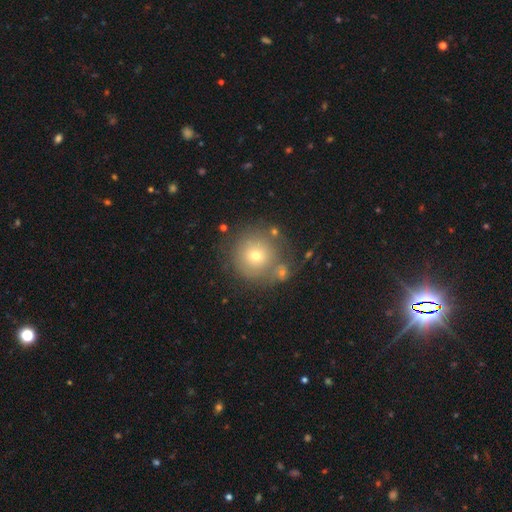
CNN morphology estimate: Q: Smooth or featured?
A: smooth (64%); runner-up: featured or disk (22%)
Q: How rounded?
A: round (95%); runner-up: in between (4%)
Q: Merging?
A: none (70%); runner-up: minor disturbance (13%)